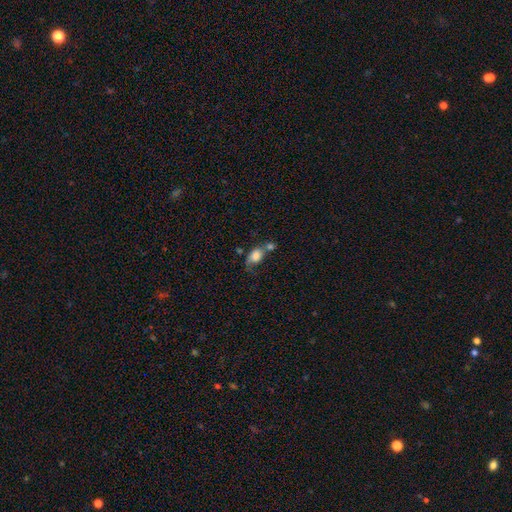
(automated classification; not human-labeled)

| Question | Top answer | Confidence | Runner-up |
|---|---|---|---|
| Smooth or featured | smooth | 75% | featured or disk (17%) |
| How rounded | in between | 73% | round (25%) |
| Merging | merger | 40% | none (26%) |